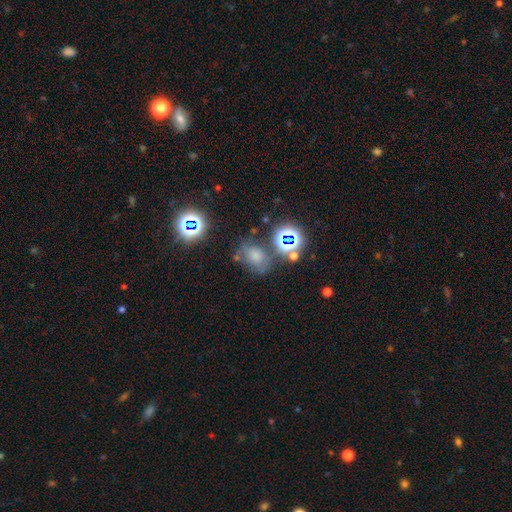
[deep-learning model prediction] Morphology: type=smooth (59%); roundness=in between (61%); merging=none (54%).